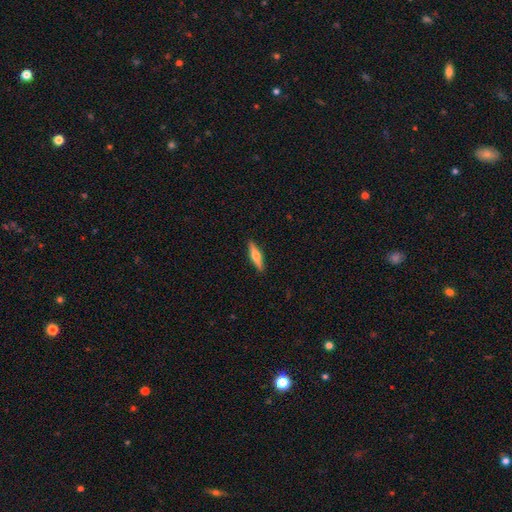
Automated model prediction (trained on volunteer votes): A featured or disk galaxy (51%) viewed edge-on (95%). Merging: none (90%).